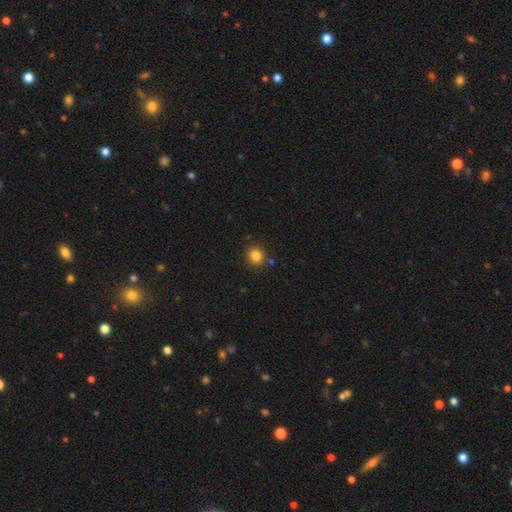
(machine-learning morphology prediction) A smooth galaxy with no disk features (84%) that is round (88%). Merging: none (85%).